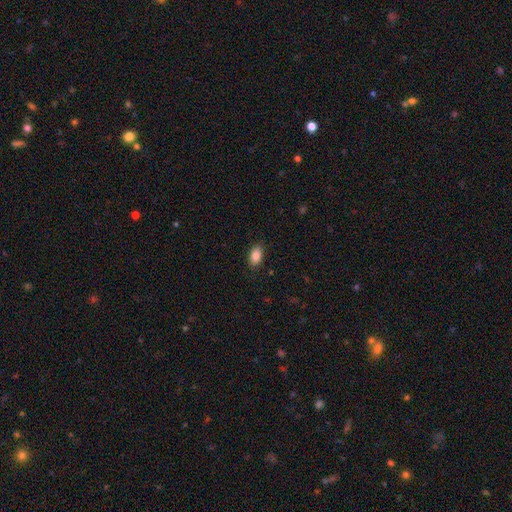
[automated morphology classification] Smooth or featured: smooth — 87% (star or artifact — 7%)
How rounded: in between — 92% (round — 6%)
Merging: none — 88% (minor disturbance — 9%)